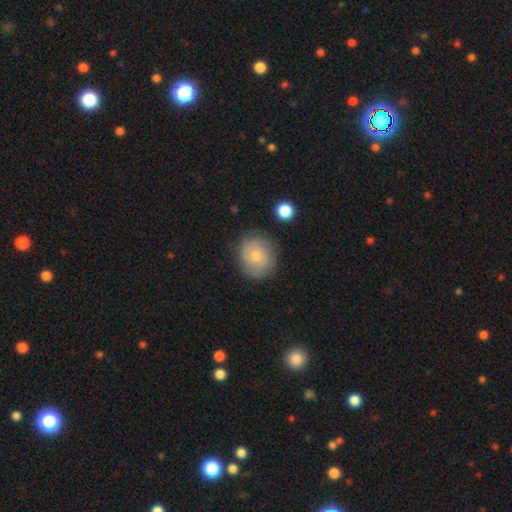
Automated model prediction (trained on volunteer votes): A smooth galaxy with no disk features (70%) that is round (73%).

Vote fractions:
- Smooth or featured? smooth: 70% / featured or disk: 22% / star or artifact: 8%
- How rounded? round: 73% / in between: 26% / cigar-shaped: 1%
- Merging? none: 78% / minor disturbance: 15% / major disturbance: 4% / merger: 2%